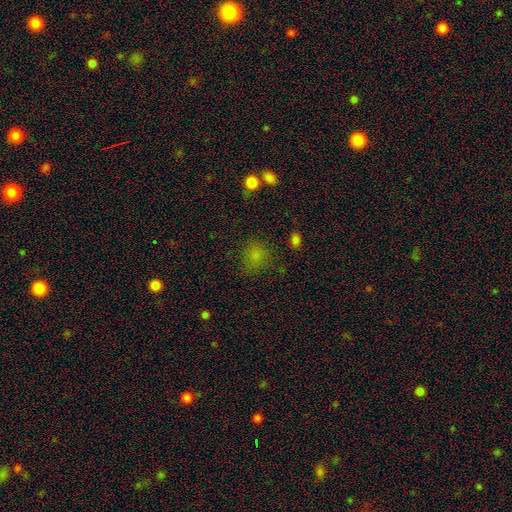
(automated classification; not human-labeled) This is likely a smooth galaxy (75%). How rounded: likely round (70%). Merging: likely none (70%).